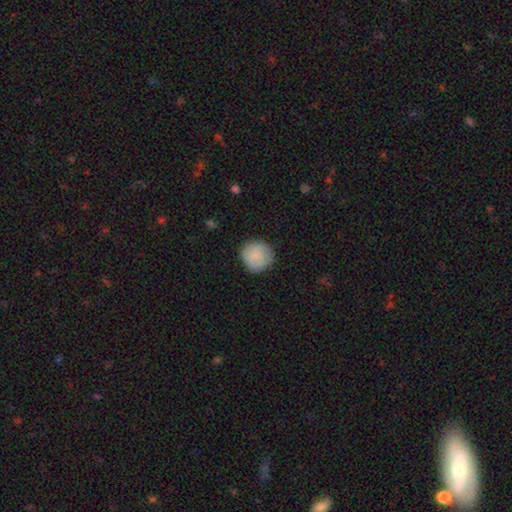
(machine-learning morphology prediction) The model was most divided on "smooth or featured": smooth: 81%, featured or disk: 12%, star or artifact: 7%. More confident: how rounded — round (92%); merging — none (83%).